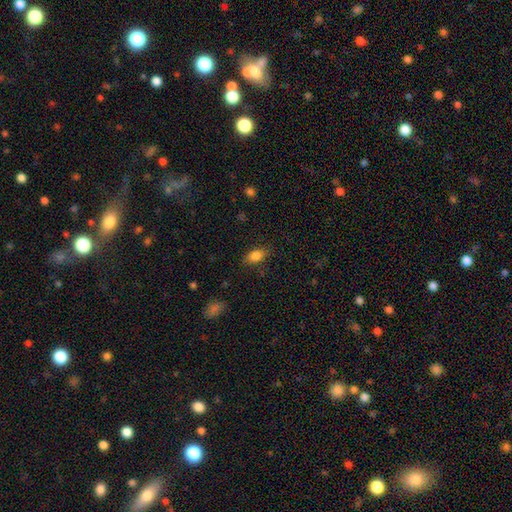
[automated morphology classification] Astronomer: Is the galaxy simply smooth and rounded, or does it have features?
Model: smooth — 83%.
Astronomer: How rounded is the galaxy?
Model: in between — 85%.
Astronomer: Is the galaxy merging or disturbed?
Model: none — 83%.